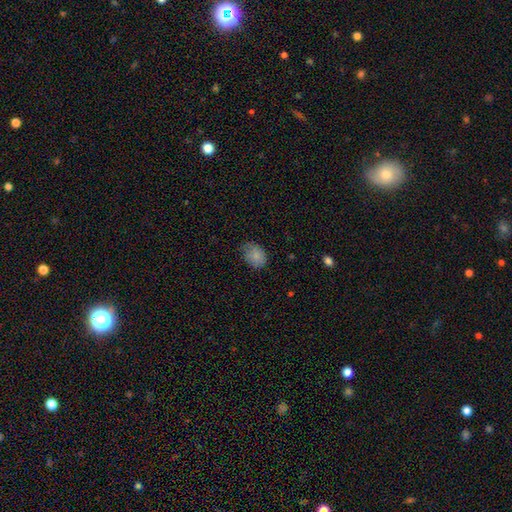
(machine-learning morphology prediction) smooth 85%, star or artifact 8%, featured or disk 7%. Down the decision tree: how rounded — in between (68%); merging — none (65%).